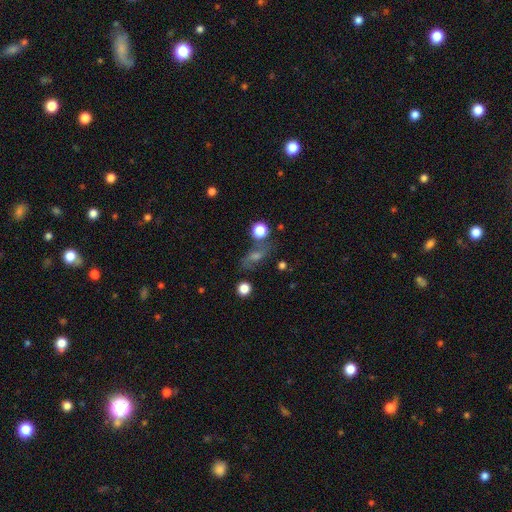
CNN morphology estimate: Smooth or featured? featured or disk (43%)
Merging? none (65%)